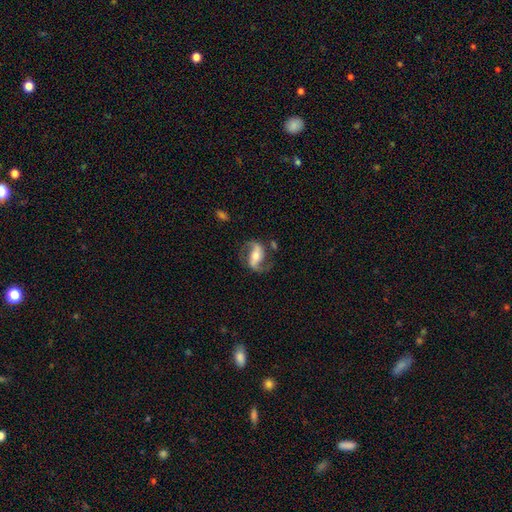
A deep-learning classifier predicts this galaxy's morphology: Smooth or featured? featured or disk (83%)
Edge-on disk? no (95%)
Bar? strong (54%)
Spiral arms? yes (94%)
Spiral winding? medium (44%)
Spiral arm count? 2 (91%)
Bulge size? moderate (51%)
Merging? none (73%)